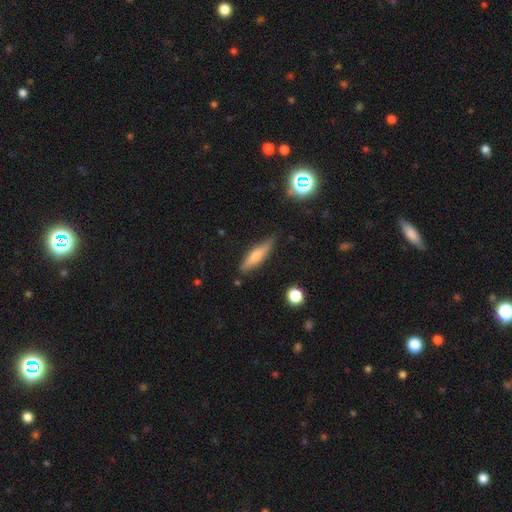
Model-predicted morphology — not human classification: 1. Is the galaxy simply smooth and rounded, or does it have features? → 56% smooth, 35% featured or disk, 8% star or artifact.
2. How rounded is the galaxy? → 75% cigar-shaped, 23% in between, 2% round.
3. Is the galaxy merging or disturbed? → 82% none, 13% minor disturbance, 2% major disturbance, 2% merger.